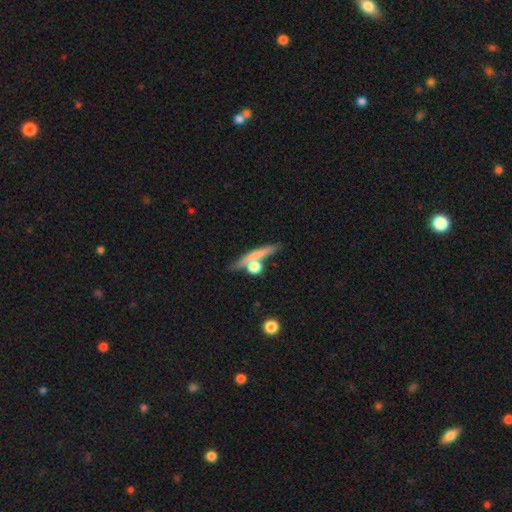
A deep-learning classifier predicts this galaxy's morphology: smooth_or_featured: smooth (p=0.60) [alt: featured or disk p=0.31]
how_rounded: cigar-shaped (p=0.61) [alt: round p=0.24]
merging: none (p=0.61) [alt: merger p=0.21]